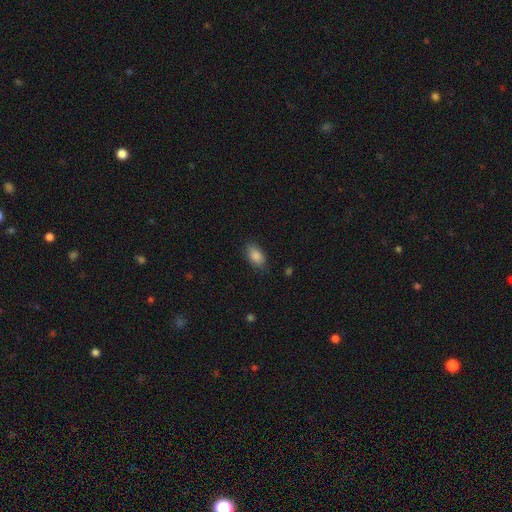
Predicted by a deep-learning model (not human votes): Overall: smooth (87%). How rounded: in between (90%). Merging: none (84%).